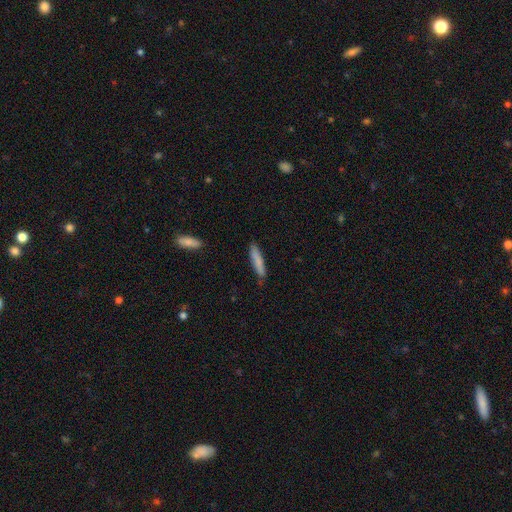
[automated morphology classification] The model was most divided on "smooth or featured": smooth: 75%, featured or disk: 18%, star or artifact: 7%. More confident: how rounded — cigar-shaped (91%); merging — none (85%).